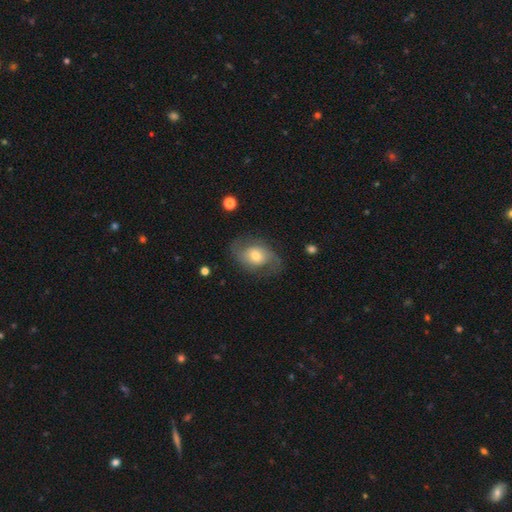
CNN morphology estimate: type=featured or disk (59%); edge-on=no (96%); bar=no (64%); spiral arms=yes (81%); bulge=moderate (59%); merging=none (67%).